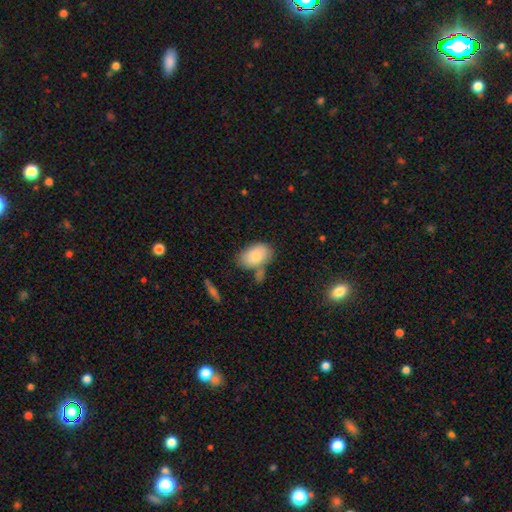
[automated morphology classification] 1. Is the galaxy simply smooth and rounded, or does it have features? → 81% smooth, 13% featured or disk, 7% star or artifact.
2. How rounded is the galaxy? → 90% in between, 8% round, 1% cigar-shaped.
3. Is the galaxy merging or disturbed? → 55% none, 21% minor disturbance, 18% merger, 6% major disturbance.